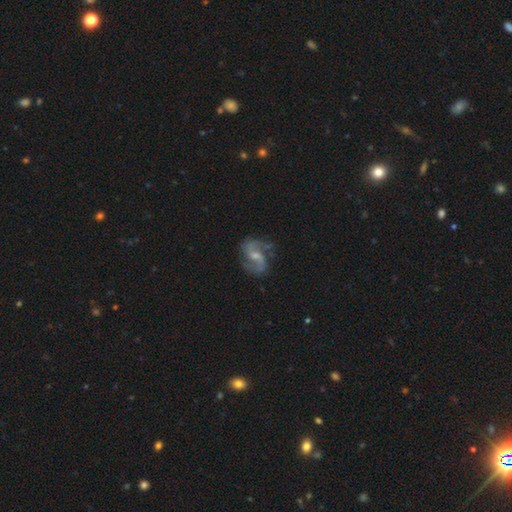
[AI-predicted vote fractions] Q: Smooth or featured?
A: featured or disk (86%); runner-up: smooth (8%)
Q: Edge-on disk?
A: no (98%); runner-up: yes (2%)
Q: Bar?
A: weak (56%); runner-up: no (30%)
Q: Spiral arms?
A: yes (96%); runner-up: no (4%)
Q: Spiral winding?
A: medium (47%); runner-up: loose (43%)
Q: Spiral arm count?
A: 2 (90%); runner-up: can't tell (3%)
Q: Bulge size?
A: small (46%); runner-up: moderate (36%)
Q: Merging?
A: none (70%); runner-up: minor disturbance (18%)